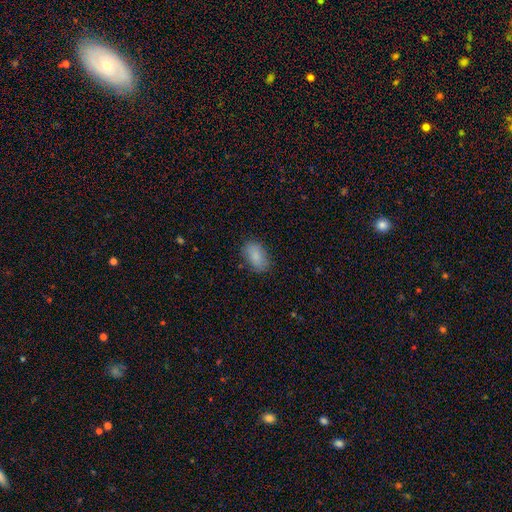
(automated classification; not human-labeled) Overall: smooth (86%). How rounded: in between (91%). Merging: none (80%).